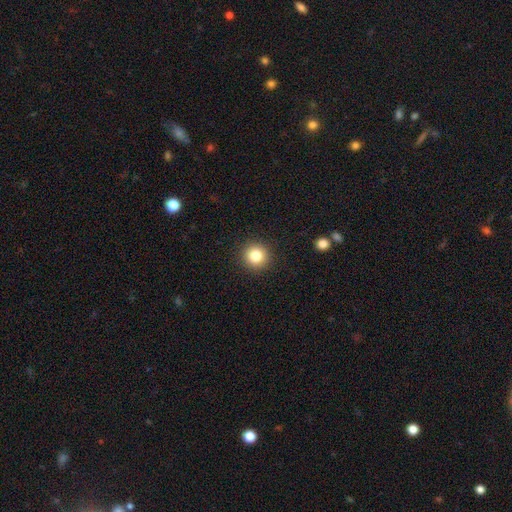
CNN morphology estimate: Overall: smooth (83%). How rounded: round (94%). Merging: none (92%).